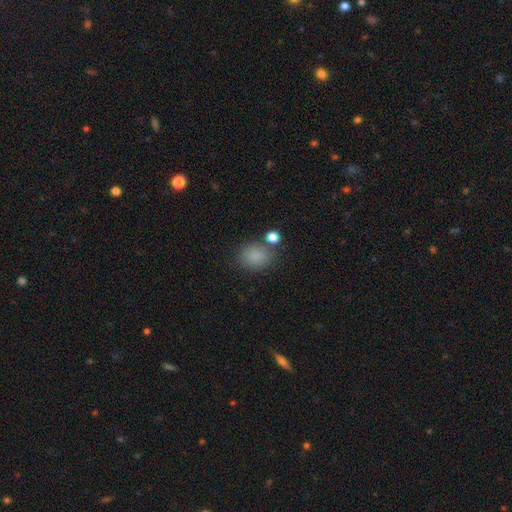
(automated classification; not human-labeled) Smooth or featured: smooth — 84% (star or artifact — 11%)
How rounded: round — 53% (in between — 46%)
Merging: none — 74% (minor disturbance — 13%)